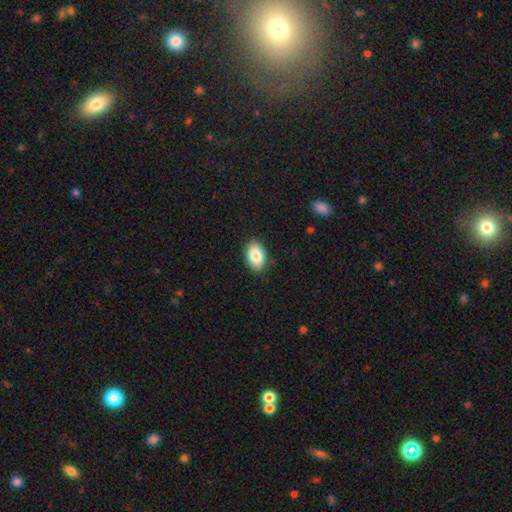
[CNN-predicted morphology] A smooth galaxy with no disk features (86%) that is in between round and cigar-shaped (91%). Merging: none (87%).